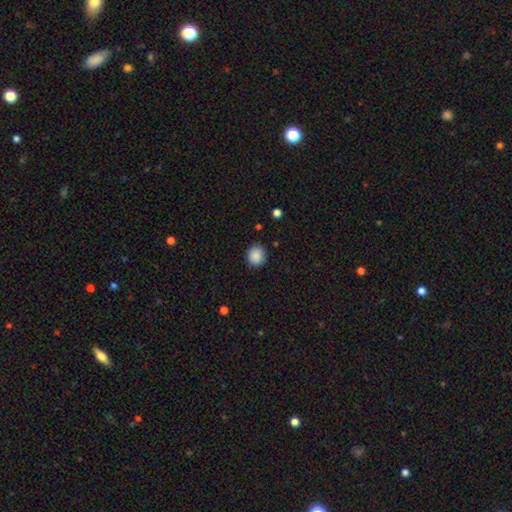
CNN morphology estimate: smooth-or-featured: smooth: 89% | star or artifact: 8% | featured or disk: 3%
  how-rounded: round: 81% | in between: 18% | cigar-shaped: 1%
  merging: none: 87% | minor disturbance: 9% | major disturbance: 2% | merger: 1%